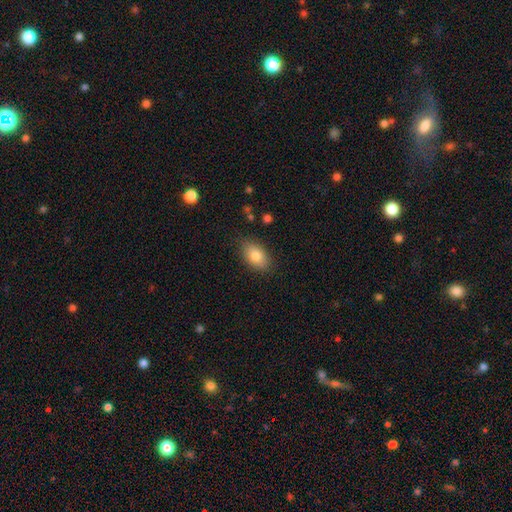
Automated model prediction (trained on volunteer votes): smooth_or_featured: smooth (p=0.83) [alt: featured or disk p=0.10]
how_rounded: in between (p=0.90) [alt: round p=0.08]
merging: none (p=0.84) [alt: minor disturbance p=0.11]